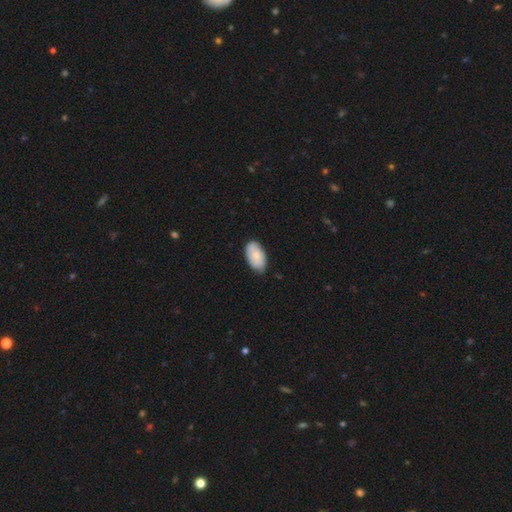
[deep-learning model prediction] Q: Smooth or featured?
A: smooth (81%); runner-up: featured or disk (14%)
Q: How rounded?
A: in between (95%); runner-up: round (3%)
Q: Merging?
A: none (79%); runner-up: minor disturbance (17%)